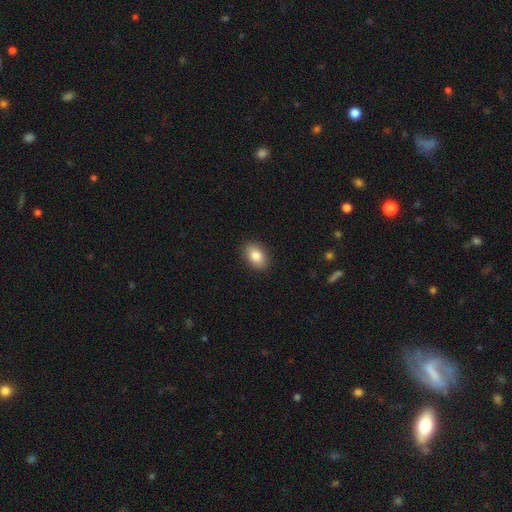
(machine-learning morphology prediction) Smooth or featured?
  - smooth: 84% *
  - featured or disk: 8%
  - star or artifact: 8%
How rounded?
  - in between: 86% *
  - round: 13%
  - cigar-shaped: 1%
Merging?
  - none: 89% *
  - minor disturbance: 8%
  - major disturbance: 2%
  - merger: 1%